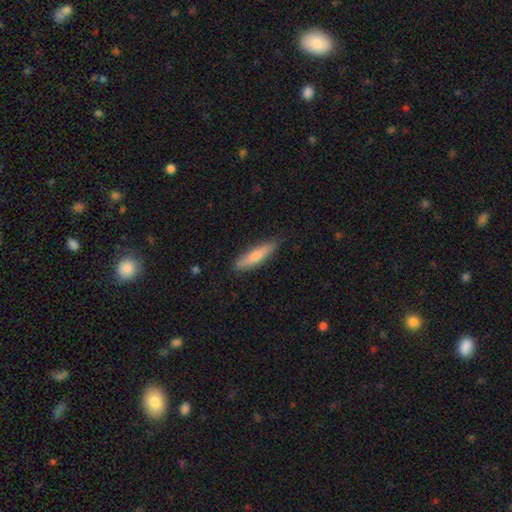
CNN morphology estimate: Smooth or featured?
  - smooth: 73% *
  - featured or disk: 21%
  - star or artifact: 6%
How rounded?
  - cigar-shaped: 80% *
  - in between: 18%
  - round: 1%
Merging?
  - none: 87% *
  - minor disturbance: 10%
  - major disturbance: 2%
  - merger: 1%